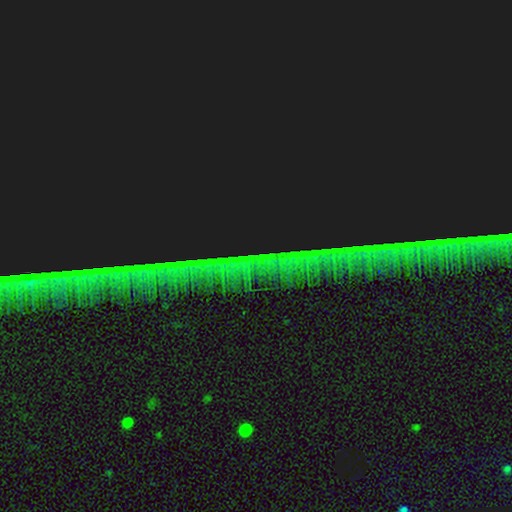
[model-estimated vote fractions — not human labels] Morphology: type=star or artifact (84%).